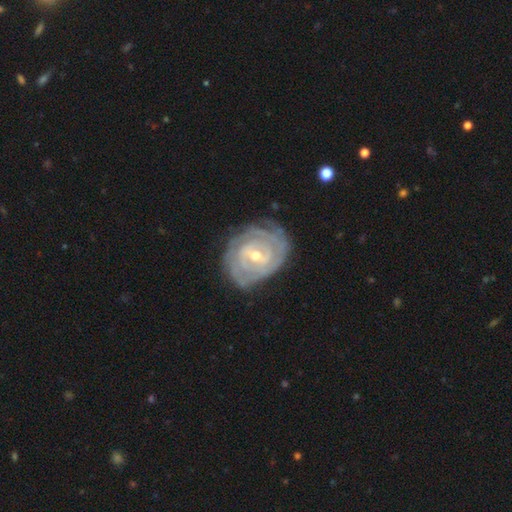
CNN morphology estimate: Smooth or featured?
  - featured or disk: 88% *
  - smooth: 7%
  - star or artifact: 5%
Edge-on disk?
  - no: 97% *
  - yes: 3%
Bar?
  - weak: 53% *
  - no: 25%
  - strong: 22%
Spiral arms?
  - yes: 95% *
  - no: 5%
Spiral winding?
  - tight: 82% *
  - medium: 15%
  - loose: 3%
Spiral arm count?
  - can't tell: 38% *
  - 2: 23%
  - 3: 17%
  - 4: 12%
  - more than 4: 6%
  - 1: 5%
Bulge size?
  - small: 50% *
  - moderate: 47%
  - large: 1%
  - none: 1%
  - dominant: 1%
Merging?
  - none: 73% *
  - minor disturbance: 19%
  - major disturbance: 7%
  - merger: 1%